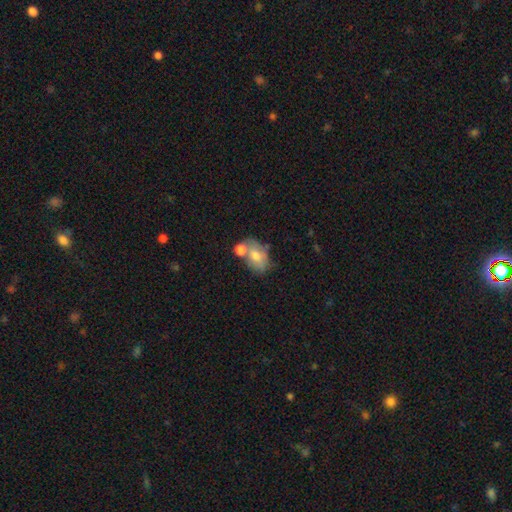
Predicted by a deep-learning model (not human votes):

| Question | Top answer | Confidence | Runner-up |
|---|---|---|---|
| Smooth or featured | smooth | 67% | featured or disk (24%) |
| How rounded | in between | 78% | round (21%) |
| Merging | none | 40% | merger (36%) |